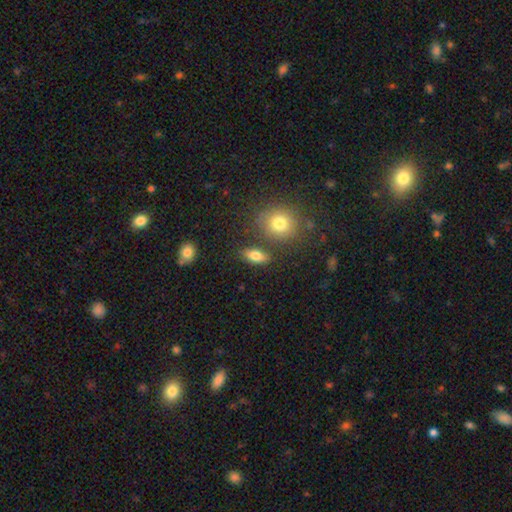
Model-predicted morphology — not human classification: Smooth or featured? Predicted: smooth (p=0.74). How rounded? Predicted: in between (p=0.77). Merging? Predicted: none (p=0.79).